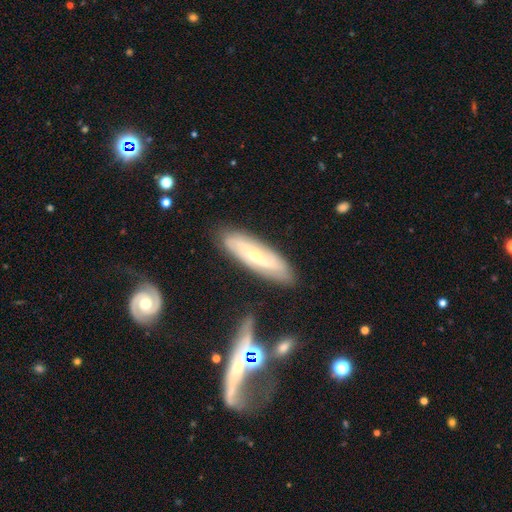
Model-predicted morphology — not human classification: smooth-or-featured: featured or disk: 66% | smooth: 27% | star or artifact: 7%
  disk-edge-on: no: 72% | yes: 28%
  merging: none: 80% | minor disturbance: 14% | major disturbance: 3% | merger: 3%